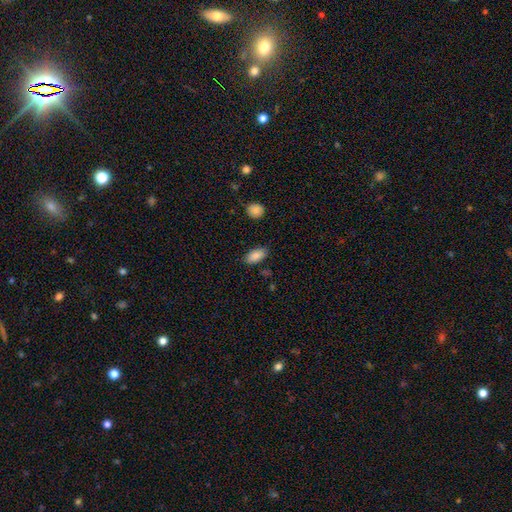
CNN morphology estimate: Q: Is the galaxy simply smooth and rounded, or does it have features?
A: smooth — 87%.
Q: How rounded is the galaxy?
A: in between — 92%.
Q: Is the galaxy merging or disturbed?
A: none — 84%.